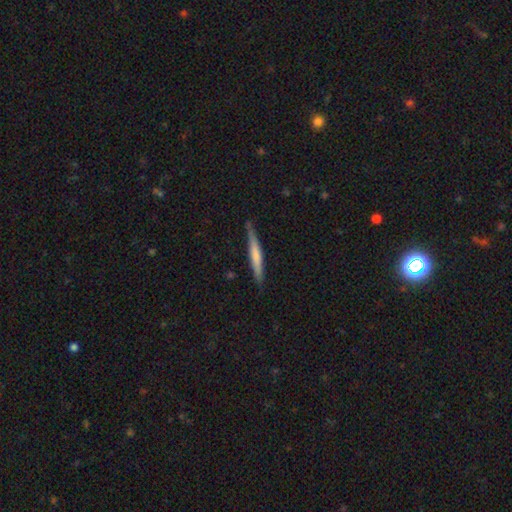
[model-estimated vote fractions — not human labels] Morphology: type=smooth (54%); roundness=cigar-shaped (95%); merging=none (84%).